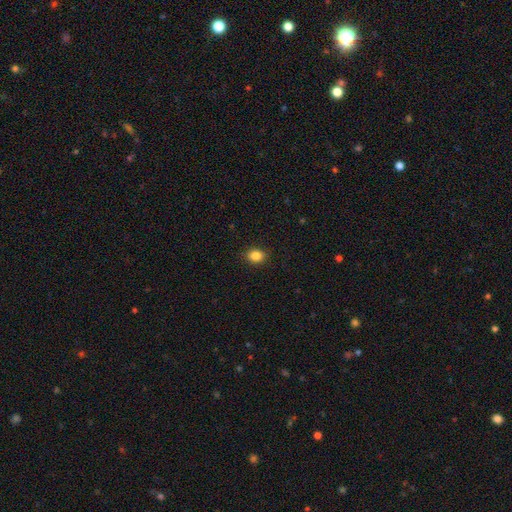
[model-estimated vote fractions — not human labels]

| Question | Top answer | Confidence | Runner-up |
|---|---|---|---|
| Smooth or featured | smooth | 86% | star or artifact (10%) |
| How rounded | in between | 56% | round (42%) |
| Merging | none | 89% | minor disturbance (8%) |